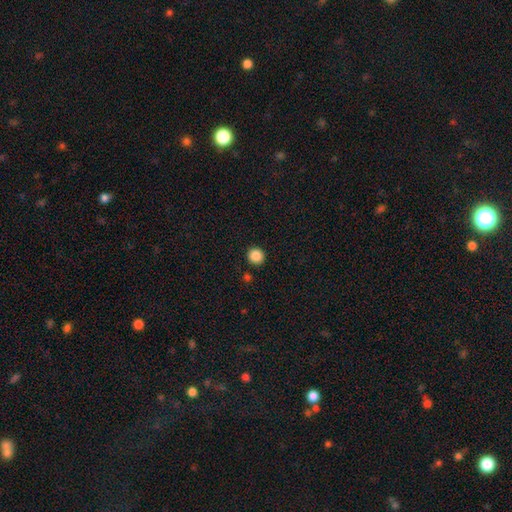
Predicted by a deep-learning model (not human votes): Q: Smooth or featured?
A: smooth (87%); runner-up: star or artifact (10%)
Q: How rounded?
A: round (94%); runner-up: in between (5%)
Q: Merging?
A: none (91%); runner-up: minor disturbance (5%)